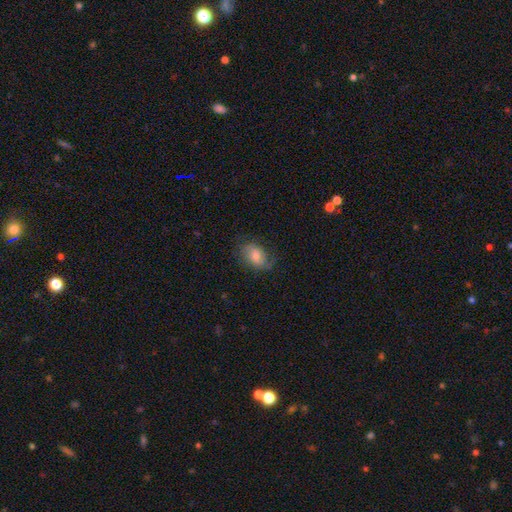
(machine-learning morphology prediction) This appears to be a smooth galaxy with no disk features (63%) that is in between round and cigar-shaped (79%). Merging: none (65%).